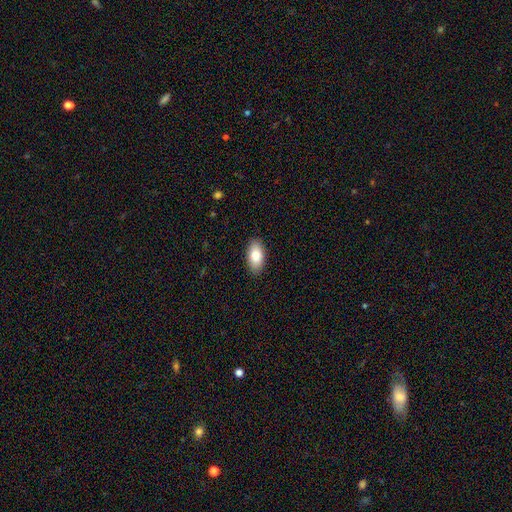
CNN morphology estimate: This appears to be a smooth galaxy with no disk features (80%) that is in between round and cigar-shaped (92%). Merging: none (90%).